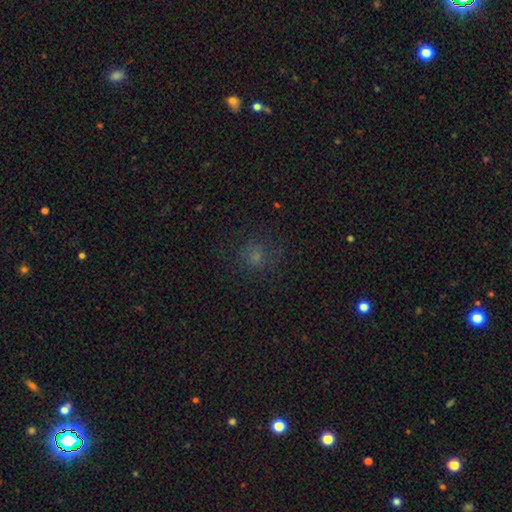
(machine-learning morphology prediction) The model was most divided on "smooth or featured": smooth: 64%, star or artifact: 25%, featured or disk: 11%. More confident: how rounded — round (85%); merging — none (74%).